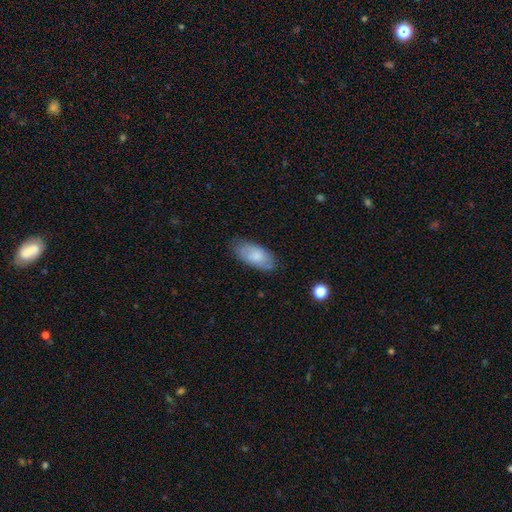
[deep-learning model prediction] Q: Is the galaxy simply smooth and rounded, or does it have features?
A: smooth — 75%.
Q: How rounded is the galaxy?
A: in between — 91%.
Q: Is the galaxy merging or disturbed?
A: none — 73%.